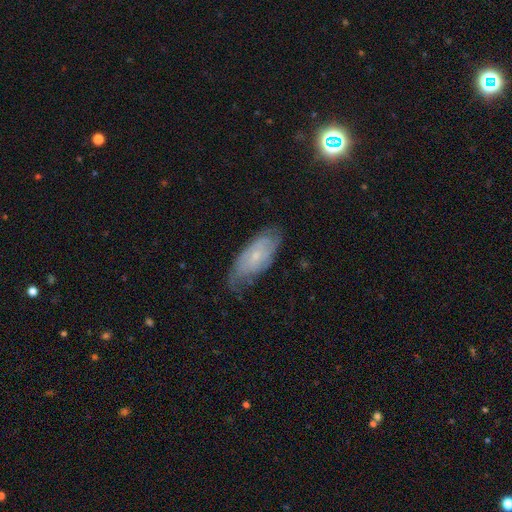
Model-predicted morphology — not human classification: This is possibly a featured or disk galaxy (57%). It is clearly not viewed edge-on (86%). Merging: likely none (65%).